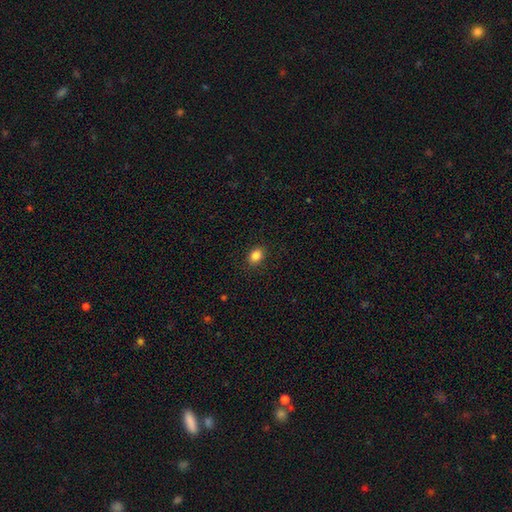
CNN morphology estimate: Overall: smooth (85%). How rounded: in between (62%; round 37%). Merging: none (89%).